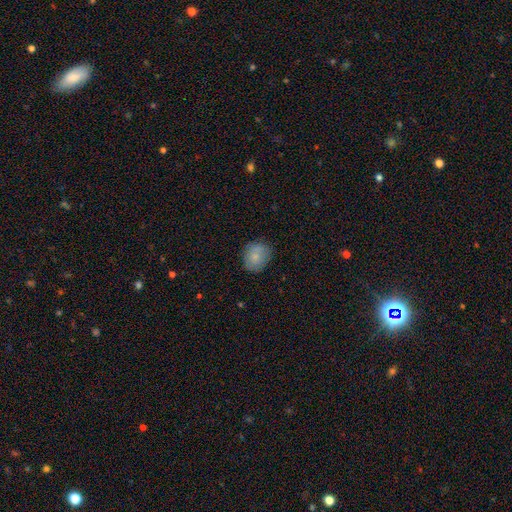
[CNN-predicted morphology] This is likely a smooth galaxy (79%). How rounded: likely round (63%). Merging: likely none (78%).